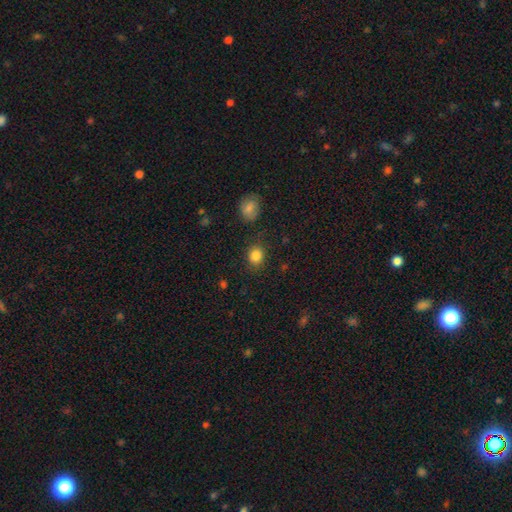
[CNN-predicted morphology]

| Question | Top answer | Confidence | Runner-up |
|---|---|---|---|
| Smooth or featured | smooth | 85% | star or artifact (11%) |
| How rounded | round | 68% | in between (31%) |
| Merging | none | 82% | minor disturbance (11%) |